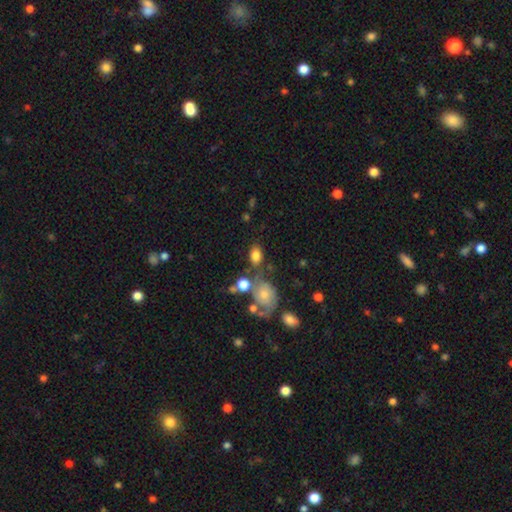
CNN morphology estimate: This appears to be a smooth galaxy with no disk features (78%) that is in between round and cigar-shaped (79%). Merging: none (55%).